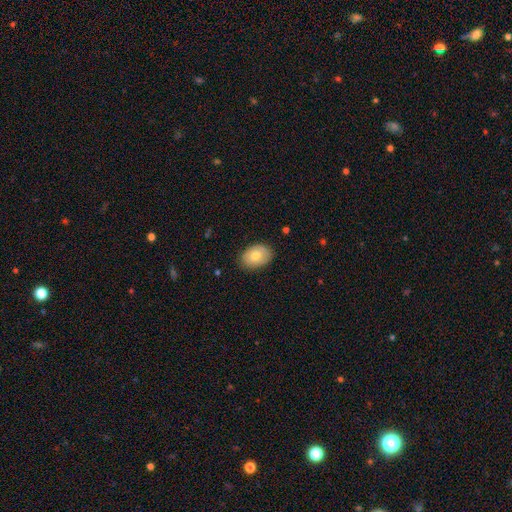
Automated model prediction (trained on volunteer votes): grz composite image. It shows a smooth galaxy with no disk features (74%) that is in between round and cigar-shaped (80%). Merging: none (82%).